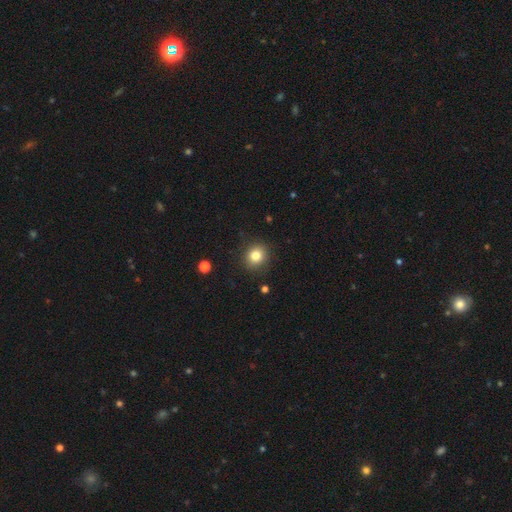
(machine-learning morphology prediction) Smooth or featured? Predicted: smooth (p=0.82). How rounded? Predicted: round (p=0.84). Merging? Predicted: none (p=0.88).